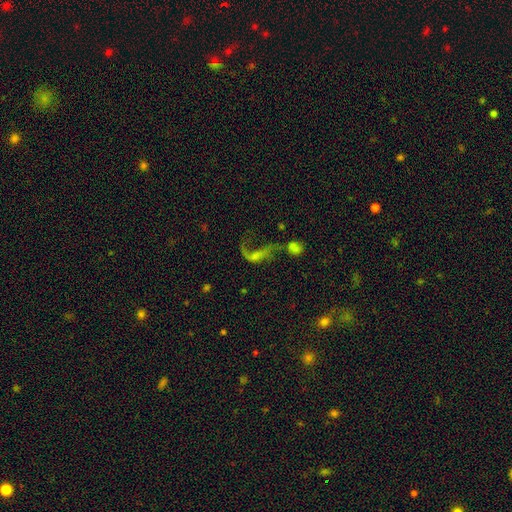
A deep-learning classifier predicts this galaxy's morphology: Smooth or featured?
  - featured or disk: 56% *
  - smooth: 24%
  - star or artifact: 21%
Edge-on disk?
  - no: 92% *
  - yes: 8%
Bar?
  - no: 61% *
  - weak: 26%
  - strong: 13%
Spiral arms?
  - yes: 60% *
  - no: 40%
Bulge size?
  - none: 49% *
  - small: 31%
  - moderate: 15%
  - large: 4%
  - dominant: 2%
Merging?
  - major disturbance: 36% *
  - merger: 29%
  - none: 25%
  - minor disturbance: 11%